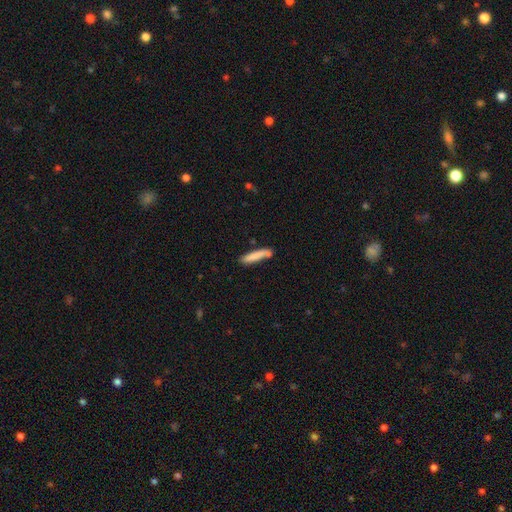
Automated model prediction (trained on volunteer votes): smooth_or_featured: smooth (p=0.80) [alt: featured or disk p=0.14]
how_rounded: cigar-shaped (p=0.91) [alt: in between p=0.08]
merging: none (p=0.73) [alt: minor disturbance p=0.17]